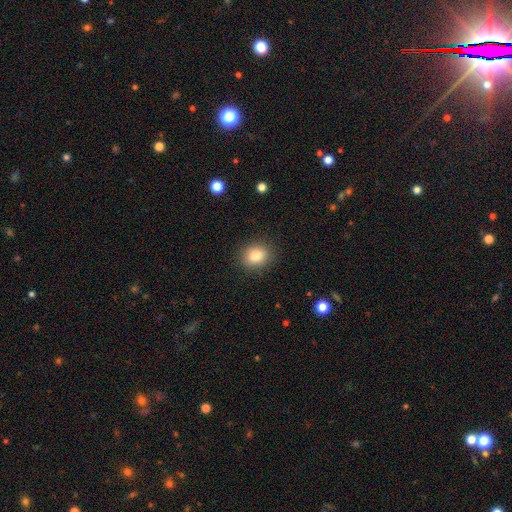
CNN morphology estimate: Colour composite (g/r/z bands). It shows a smooth galaxy with no disk features (83%) that is round (54%). Merging: none (88%).